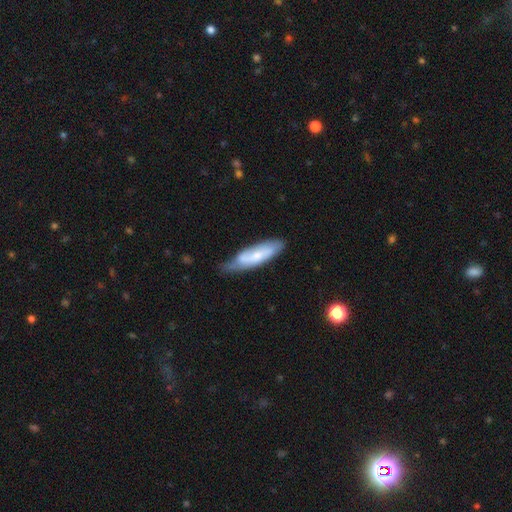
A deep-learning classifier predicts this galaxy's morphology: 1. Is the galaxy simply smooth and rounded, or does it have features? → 53% smooth, 41% featured or disk, 6% star or artifact.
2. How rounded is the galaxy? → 54% cigar-shaped, 45% in between, 2% round.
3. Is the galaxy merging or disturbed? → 49% none, 37% minor disturbance, 10% major disturbance, 3% merger.